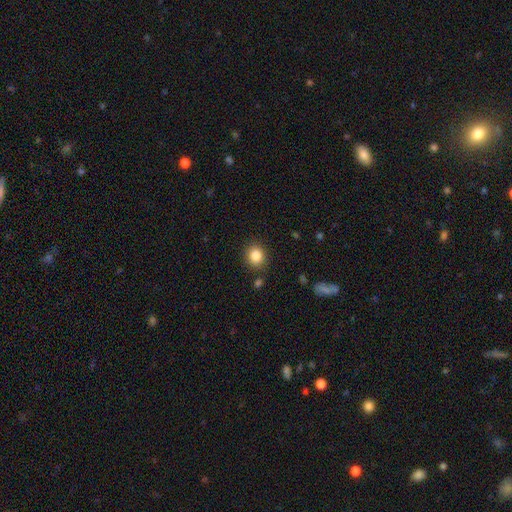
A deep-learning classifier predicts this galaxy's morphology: Smooth or featured? smooth (85%)
How rounded? round (75%)
Merging? none (86%)